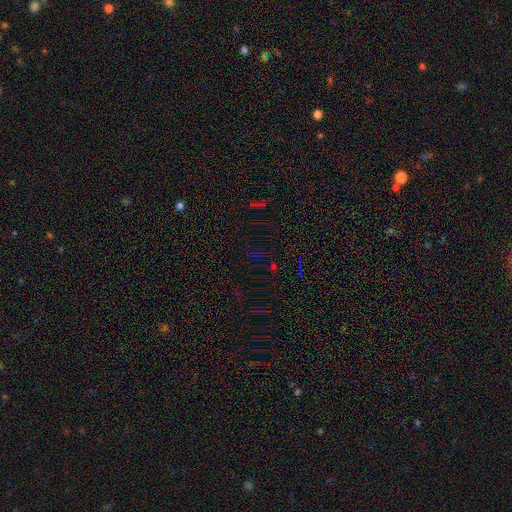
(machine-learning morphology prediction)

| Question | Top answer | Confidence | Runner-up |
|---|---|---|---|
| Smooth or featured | star or artifact | 69% | smooth (21%) |